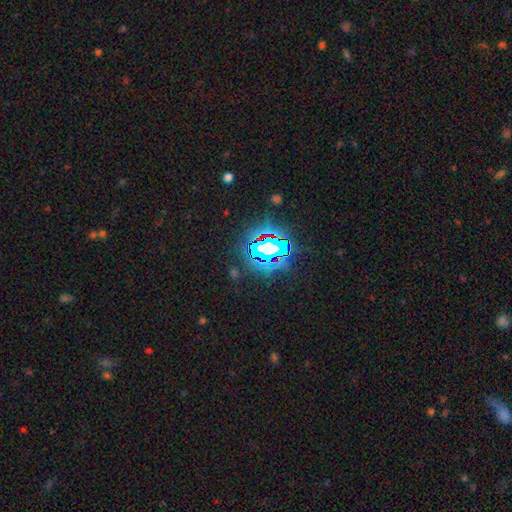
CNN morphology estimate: Overall: star or artifact (80%).